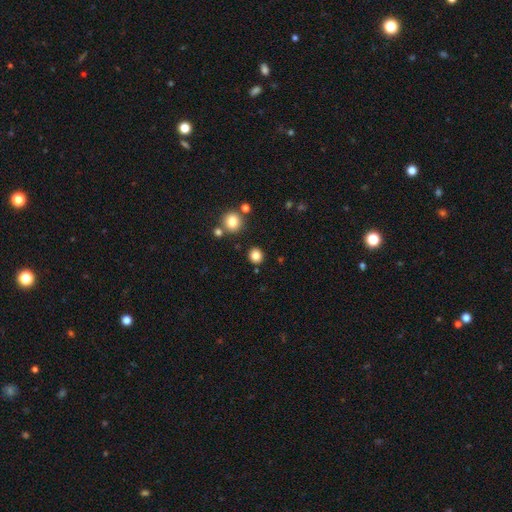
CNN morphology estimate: The model was most divided on "smooth or featured": smooth: 83%, star or artifact: 12%, featured or disk: 5%. More confident: how rounded — round (89%); merging — none (89%).